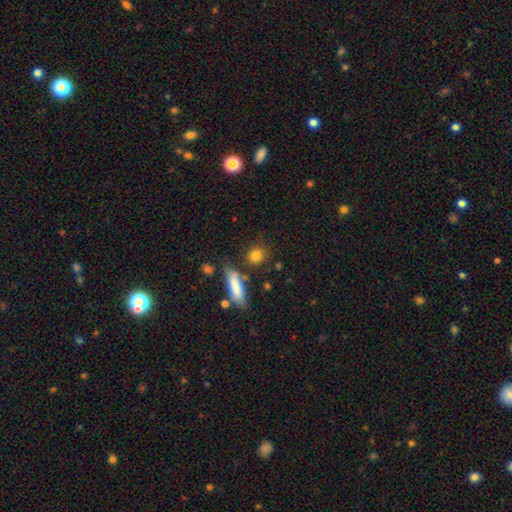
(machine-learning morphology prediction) smooth-or-featured: smooth: 83% | star or artifact: 9% | featured or disk: 8%
  how-rounded: round: 69% | in between: 21% | cigar-shaped: 10%
  merging: none: 78% | minor disturbance: 11% | merger: 7% | major disturbance: 4%